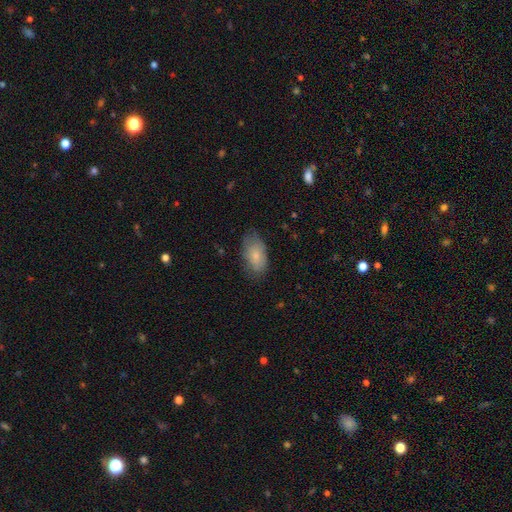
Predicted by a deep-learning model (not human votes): A smooth galaxy with no disk features (78%) that is in between round and cigar-shaped (93%).

Vote fractions:
- Smooth or featured? smooth: 78% / featured or disk: 16% / star or artifact: 7%
- How rounded? in between: 93% / round: 4% / cigar-shaped: 3%
- Merging? none: 67% / minor disturbance: 25% / major disturbance: 6% / merger: 1%